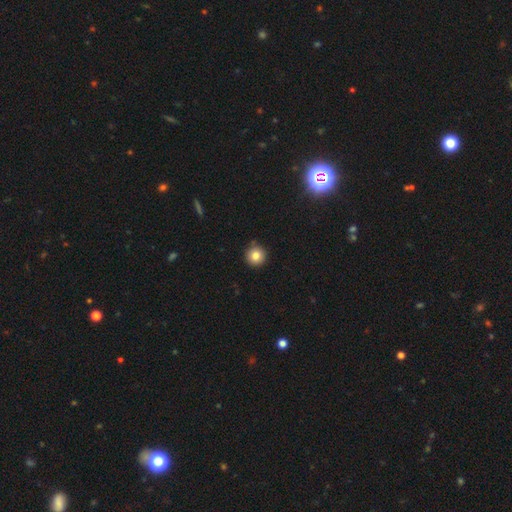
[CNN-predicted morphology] The model was most divided on "smooth or featured": smooth: 83%, star or artifact: 11%, featured or disk: 7%. More confident: how rounded — round (96%); merging — none (87%).